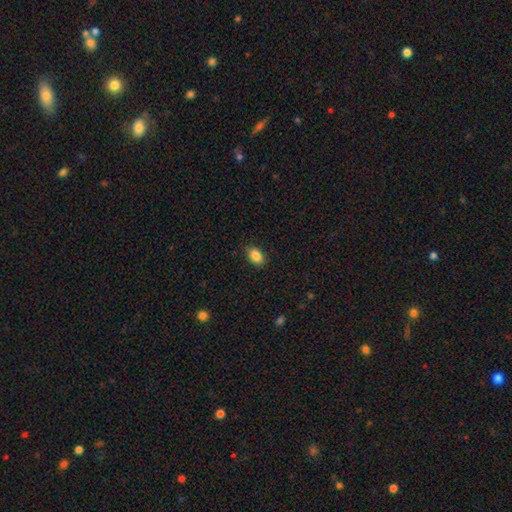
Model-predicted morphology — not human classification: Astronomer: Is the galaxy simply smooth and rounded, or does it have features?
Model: smooth — 88%.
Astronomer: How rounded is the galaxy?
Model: in between — 85%.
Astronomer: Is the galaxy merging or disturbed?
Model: none — 87%.